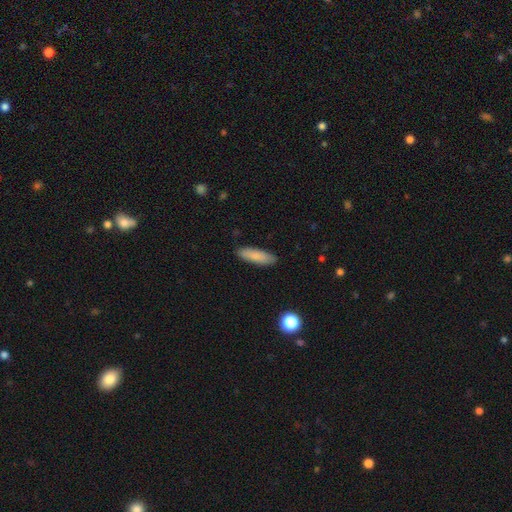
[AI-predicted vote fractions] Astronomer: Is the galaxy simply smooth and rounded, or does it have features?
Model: smooth — 85%.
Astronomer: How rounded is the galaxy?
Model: cigar-shaped — 60% (runner-up: in between, 38%).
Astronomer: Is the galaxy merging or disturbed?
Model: none — 88%.